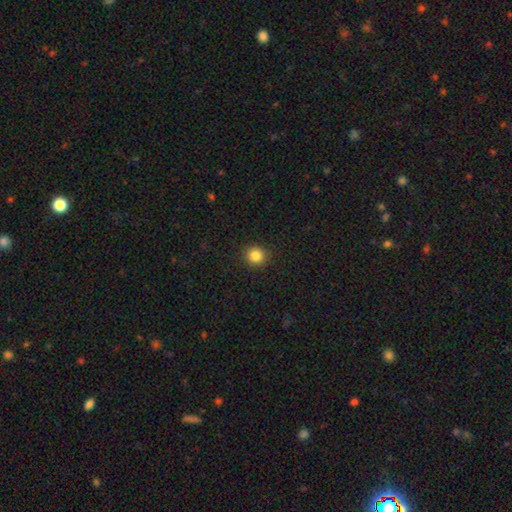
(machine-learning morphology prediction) This is clearly a smooth galaxy (84%). How rounded: clearly round (89%). Merging: clearly none (92%).